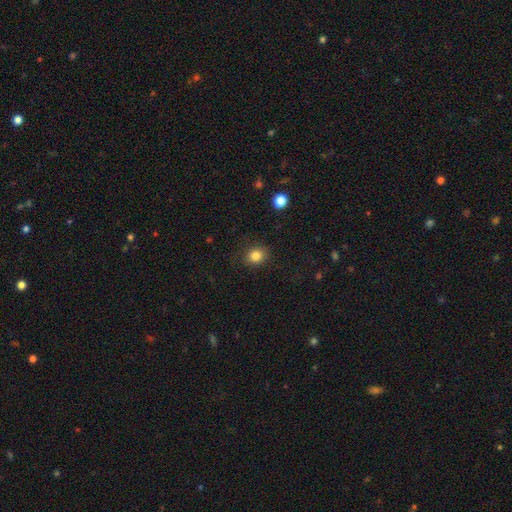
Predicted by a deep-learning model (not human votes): A smooth galaxy with no disk features (84%) that is round (73%). Merging: none (87%).